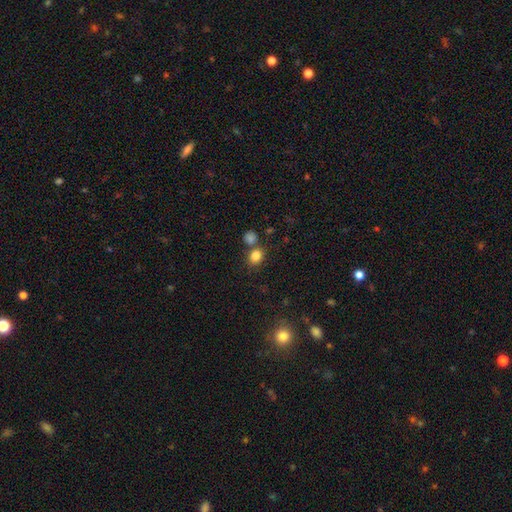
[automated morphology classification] This is clearly a smooth galaxy (83%). How rounded: likely round (67%). Merging: likely none (66%).